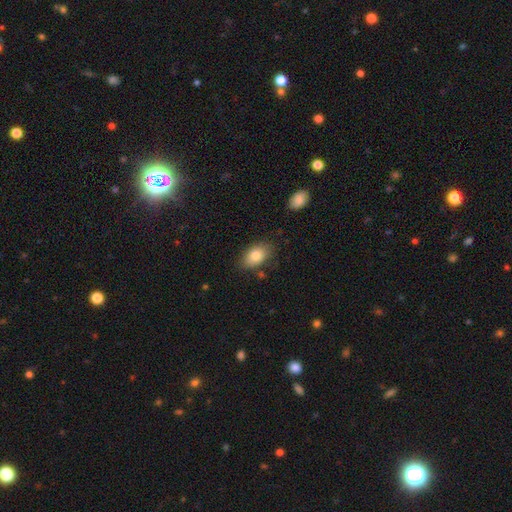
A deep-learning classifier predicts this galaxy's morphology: smooth_or_featured: smooth (p=0.81) [alt: featured or disk p=0.11]
how_rounded: in between (p=0.90) [alt: round p=0.09]
merging: none (p=0.80) [alt: minor disturbance p=0.14]